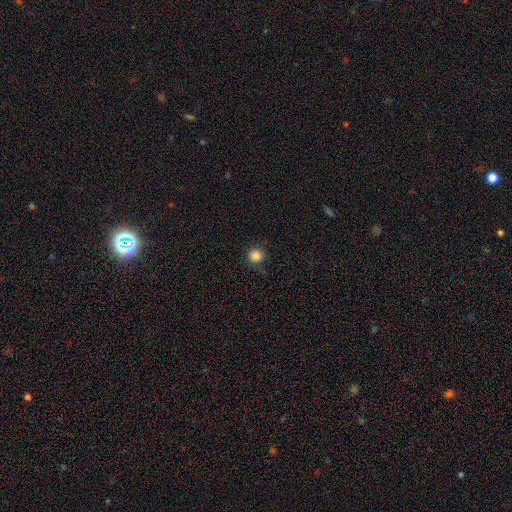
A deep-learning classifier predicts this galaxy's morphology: The model was most divided on "smooth or featured": smooth: 85%, star or artifact: 11%, featured or disk: 4%. More confident: how rounded — round (93%); merging — none (89%).